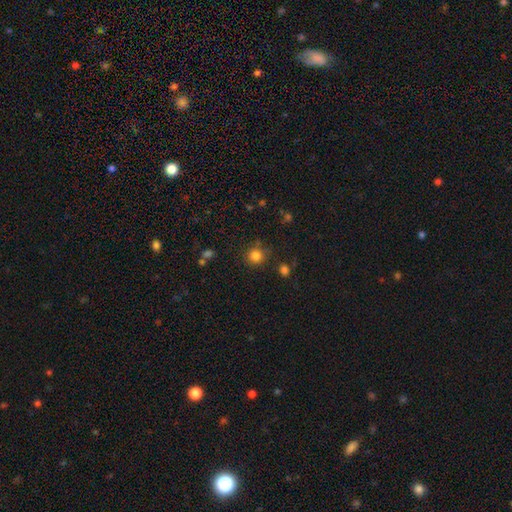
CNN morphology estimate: smooth_or_featured: smooth (p=0.82) [alt: star or artifact p=0.13]
how_rounded: round (p=0.92) [alt: in between p=0.07]
merging: none (p=0.82) [alt: minor disturbance p=0.10]